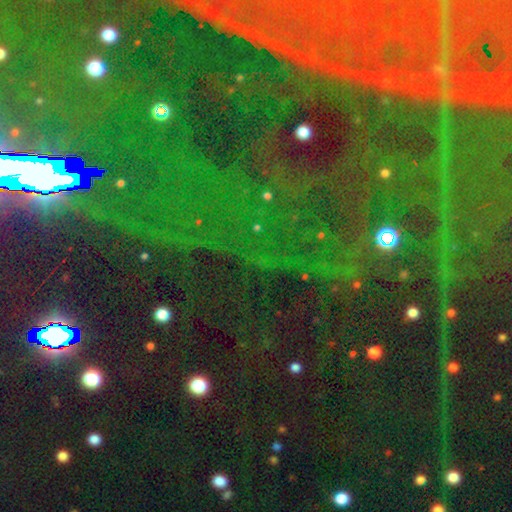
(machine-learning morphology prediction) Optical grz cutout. It shows a star or artifact, not a galaxy (86%).